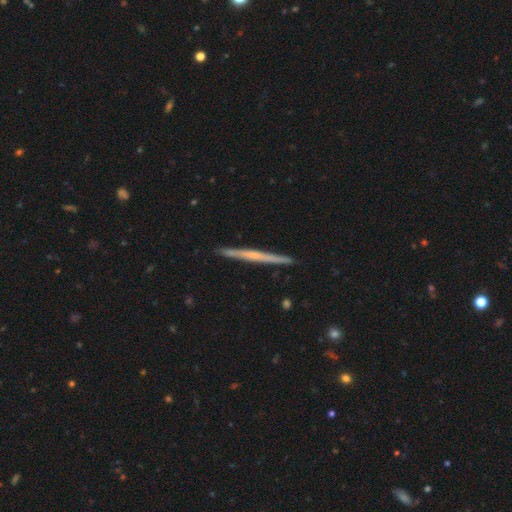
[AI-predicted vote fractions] Q: Smooth or featured?
A: featured or disk (63%); runner-up: smooth (31%)
Q: Edge-on disk?
A: yes (98%); runner-up: no (2%)
Q: Edge-on bulge?
A: none (62%); runner-up: rounded (31%)
Q: Merging?
A: none (91%); runner-up: minor disturbance (6%)